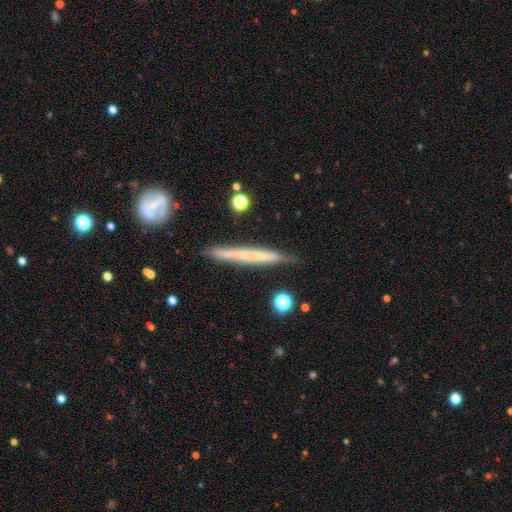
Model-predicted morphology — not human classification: Smooth or featured: featured or disk — 56% (smooth — 37%)
Edge-on disk: yes — 93% (no — 7%)
Edge-on bulge: none — 80% (rounded — 14%)
Merging: none — 82% (minor disturbance — 13%)